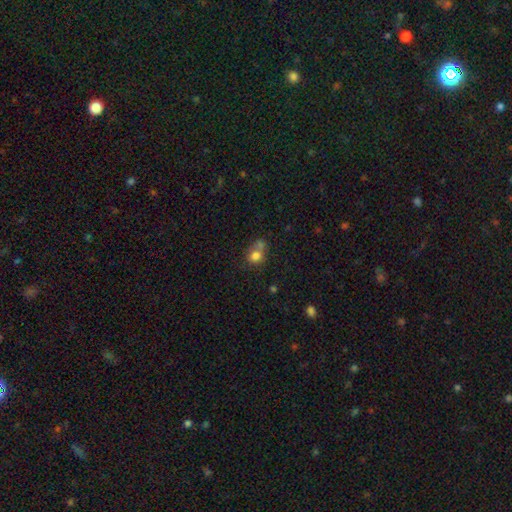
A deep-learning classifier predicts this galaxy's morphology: This appears to be a smooth galaxy with no disk features (77%) that is round (68%). Merging: merger (40%).